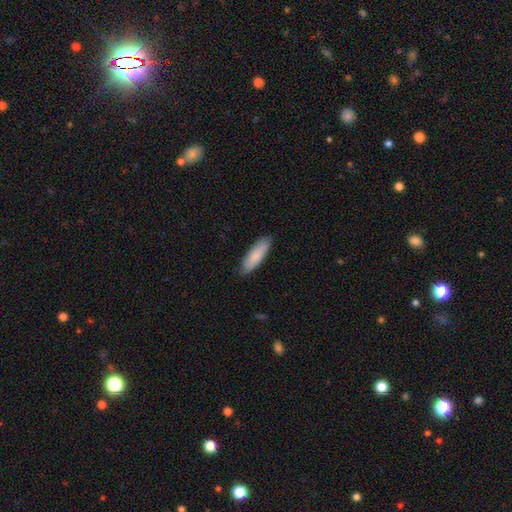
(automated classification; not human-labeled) Smooth or featured: smooth — 83% (featured or disk — 11%)
How rounded: cigar-shaped — 51% (in between — 47%)
Merging: none — 86% (minor disturbance — 11%)